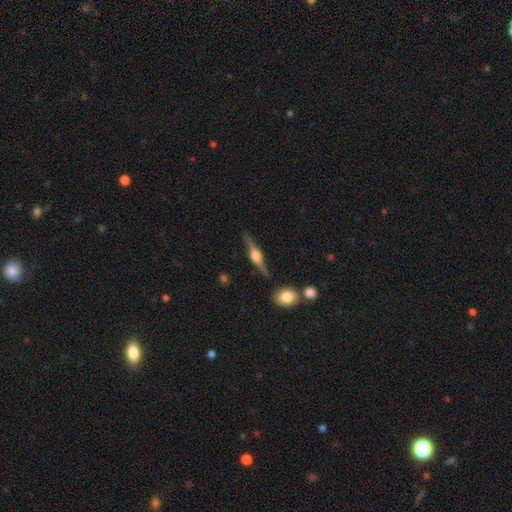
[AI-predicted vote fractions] Smooth or featured: featured or disk — 78% (smooth — 17%)
Edge-on disk: yes — 97% (no — 3%)
Edge-on bulge: rounded — 93% (boxy — 6%)
Merging: none — 85% (minor disturbance — 9%)